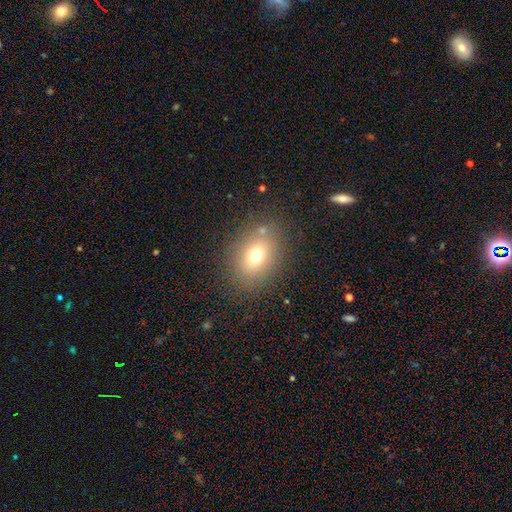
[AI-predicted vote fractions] Smooth or featured? Predicted: smooth (p=0.71). How rounded? Predicted: in between (p=0.64). Merging? Predicted: none (p=0.80).